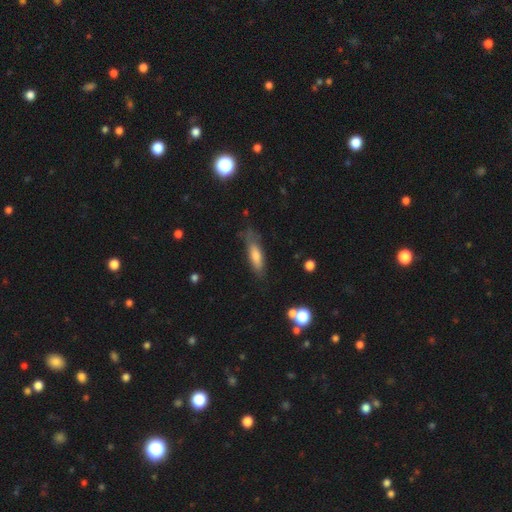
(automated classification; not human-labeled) Morphology: type=smooth (63%); roundness=cigar-shaped (58%); merging=none (65%).